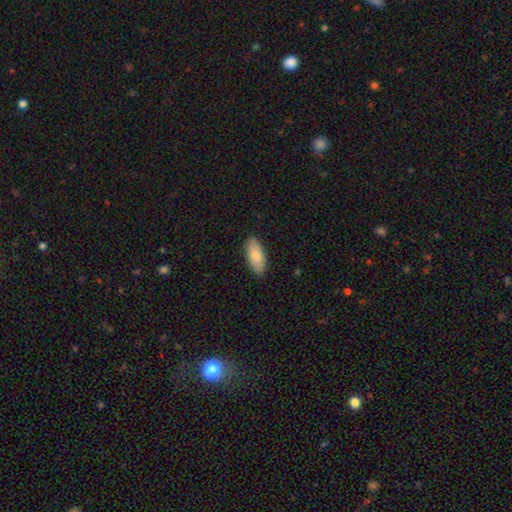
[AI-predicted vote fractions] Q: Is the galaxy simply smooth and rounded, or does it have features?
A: smooth — 83%.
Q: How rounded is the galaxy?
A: in between — 89%.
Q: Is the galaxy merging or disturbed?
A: none — 89%.